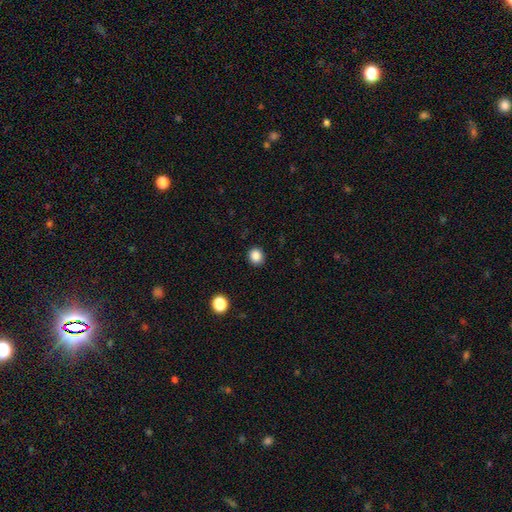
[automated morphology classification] Smooth or featured? Predicted: smooth (p=0.85). How rounded? Predicted: round (p=0.79). Merging? Predicted: none (p=0.90).